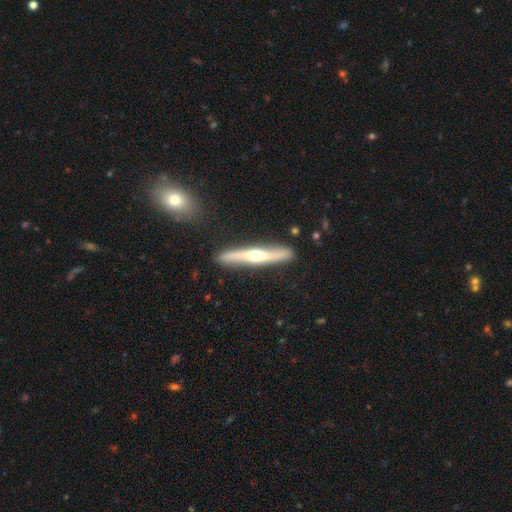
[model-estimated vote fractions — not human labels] Smooth or featured? Predicted: featured or disk (p=0.71). Edge-on disk? Predicted: yes (p=0.90). Edge-on bulge? Predicted: rounded (p=0.89). Merging? Predicted: none (p=0.86).